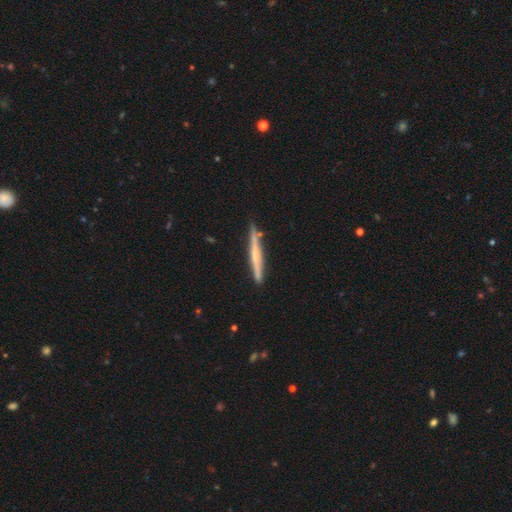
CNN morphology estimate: A featured or disk galaxy (58%) viewed edge-on (97%) with no central bulge (52%).

Vote fractions:
- Smooth or featured? featured or disk: 58% / smooth: 36% / star or artifact: 6%
- Edge-on disk? yes: 97% / no: 3%
- Edge-on bulge? none: 52% / rounded: 40% / boxy: 8%
- Merging? none: 84% / minor disturbance: 11% / merger: 3% / major disturbance: 2%